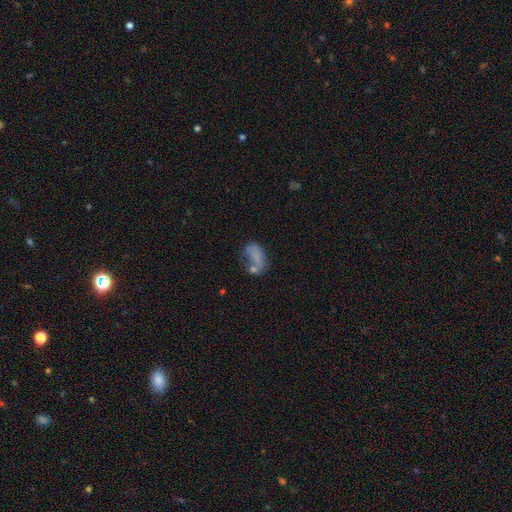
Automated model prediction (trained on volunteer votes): Overall: smooth (62%; featured or disk 25%). How rounded: in between (84%). Merging: none (29%; major disturbance 26%).